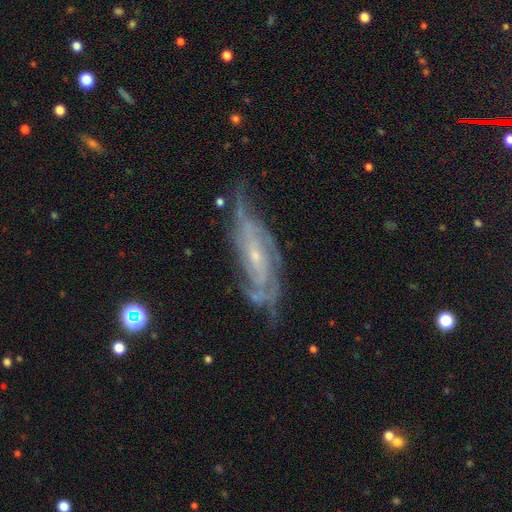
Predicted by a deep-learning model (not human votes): A featured or disk galaxy (85%) with no bar (52%), tight (55%) spiral arms (96%) and a small central bulge (77%).

Vote fractions:
- Smooth or featured? featured or disk: 85% / smooth: 8% / star or artifact: 7%
- Edge-on disk? no: 86% / yes: 14%
- Bar? no: 52% / weak: 35% / strong: 13%
- Spiral arms? yes: 96% / no: 4%
- Spiral winding? tight: 55% / medium: 36% / loose: 9%
- Spiral arm count? can't tell: 31% / 2: 28% / 3: 20% / 4: 12% / more than 4: 5% / 1: 5%
- Bulge size? small: 77% / moderate: 18% / none: 3% / large: 1% / dominant: 1%
- Merging? none: 63% / minor disturbance: 24% / major disturbance: 11% / merger: 3%